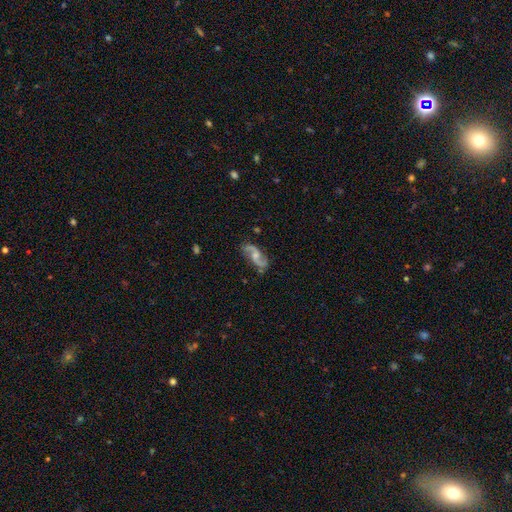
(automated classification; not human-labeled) The model was most divided on "bar": no: 48%, weak: 42%, strong: 9%. Remaining: spiral arms — yes (97%); edge-on disk — no (97%); spiral arm count — 2 (94%); smooth or featured — featured or disk (88%); merging — none (79%); spiral winding — loose (56%); bulge size — moderate (41%).